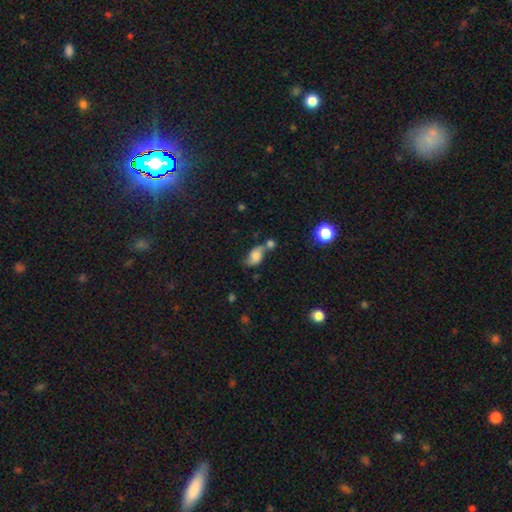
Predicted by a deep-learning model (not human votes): smooth 52%, featured or disk 36%, star or artifact 12%. Down the decision tree: how rounded — in between (81%); merging — none (36%).